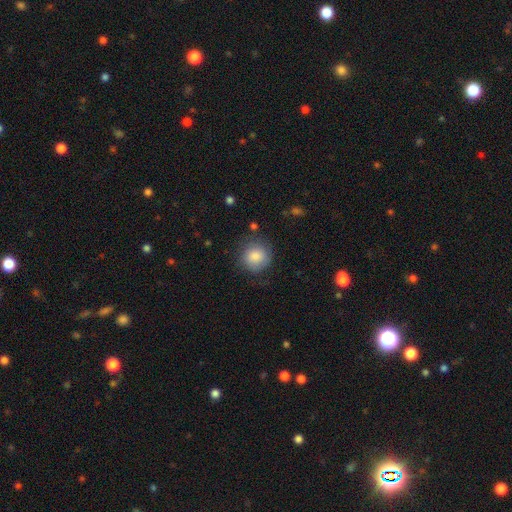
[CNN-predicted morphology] A smooth galaxy with no disk features (84%) that is round (91%). Merging: none (77%).